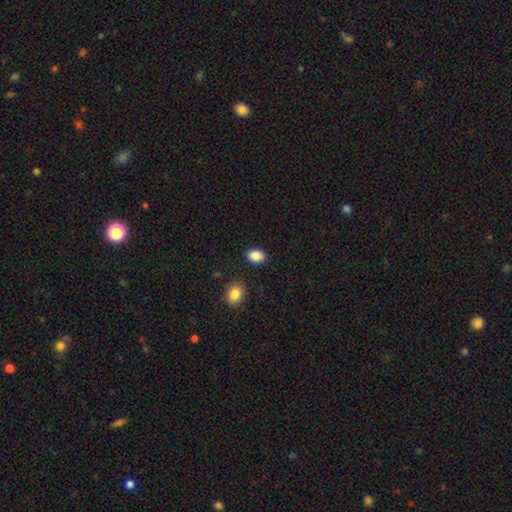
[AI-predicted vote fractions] This appears to be a smooth galaxy with no disk features (88%) that is in between round and cigar-shaped (80%). Merging: none (83%).